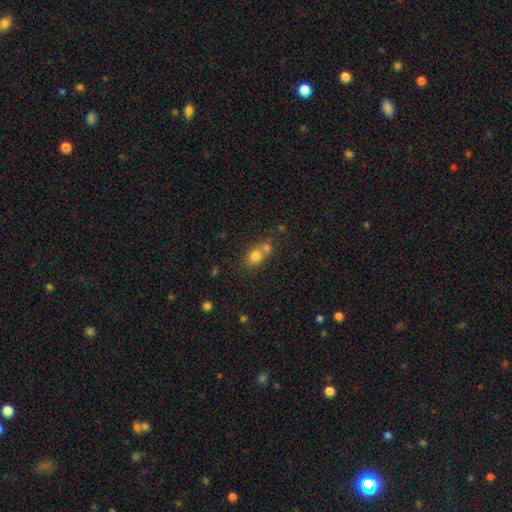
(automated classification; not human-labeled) Smooth or featured?
  - smooth: 76% *
  - star or artifact: 12%
  - featured or disk: 12%
How rounded?
  - round: 57% *
  - in between: 41%
  - cigar-shaped: 1%
Merging?
  - merger: 49% *
  - none: 39%
  - minor disturbance: 9%
  - major disturbance: 3%